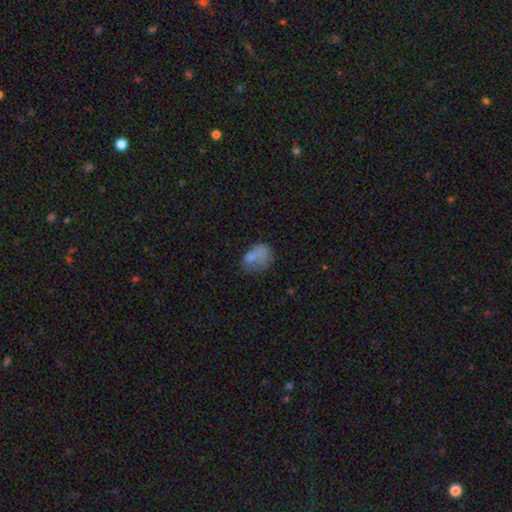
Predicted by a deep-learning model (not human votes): smooth_or_featured: smooth (p=0.70) [alt: featured or disk p=0.19]
how_rounded: in between (p=0.71) [alt: round p=0.28]
merging: none (p=0.33) [alt: major disturbance p=0.27]